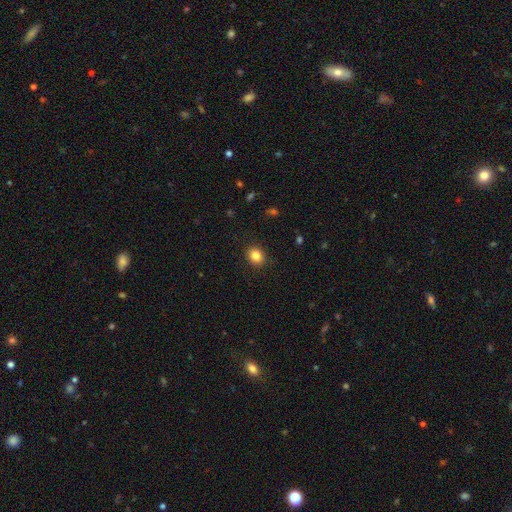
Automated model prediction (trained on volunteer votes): Smooth or featured? smooth (84%)
How rounded? round (66%)
Merging? none (90%)